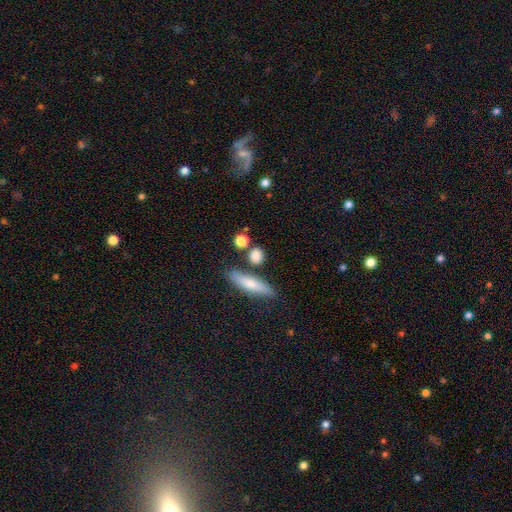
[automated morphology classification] smooth-or-featured: smooth: 80% | featured or disk: 11% | star or artifact: 9%
  how-rounded: round: 54% | in between: 29% | cigar-shaped: 17%
  merging: none: 74% | minor disturbance: 11% | merger: 11% | major disturbance: 4%